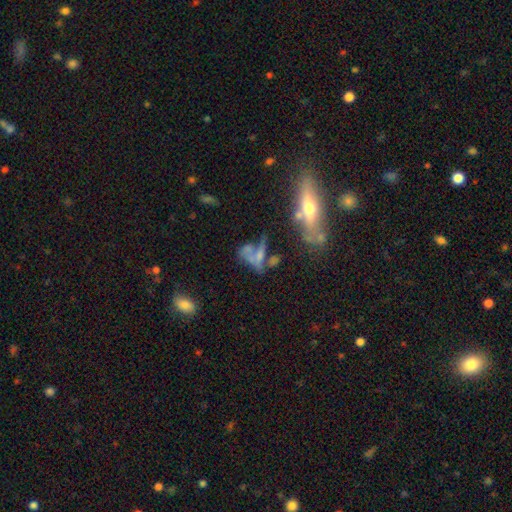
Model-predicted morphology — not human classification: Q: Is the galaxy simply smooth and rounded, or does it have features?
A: smooth — 44%.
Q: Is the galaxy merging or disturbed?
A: merger — 41%.